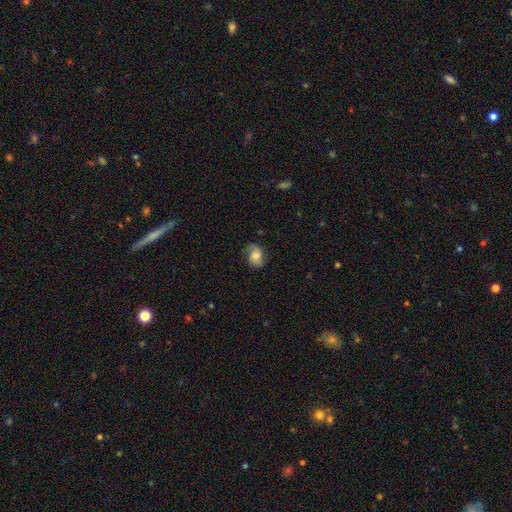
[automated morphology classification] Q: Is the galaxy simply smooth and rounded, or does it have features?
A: featured or disk — 46%, tied with smooth.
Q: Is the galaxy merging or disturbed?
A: none — 67%.